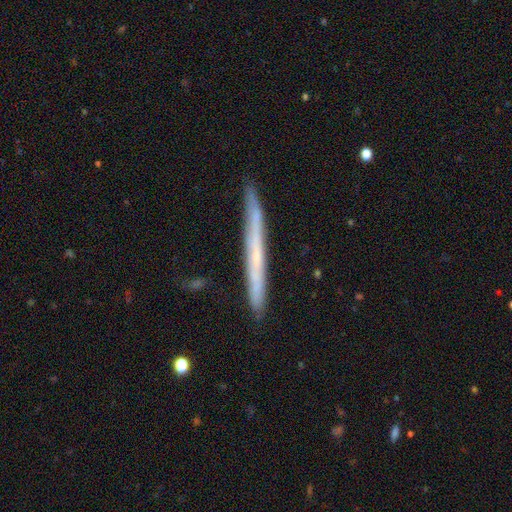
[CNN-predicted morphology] The model was most divided on "smooth or featured": featured or disk: 52%, smooth: 41%, star or artifact: 7%. More confident: edge-on disk — yes (95%); merging — none (87%).